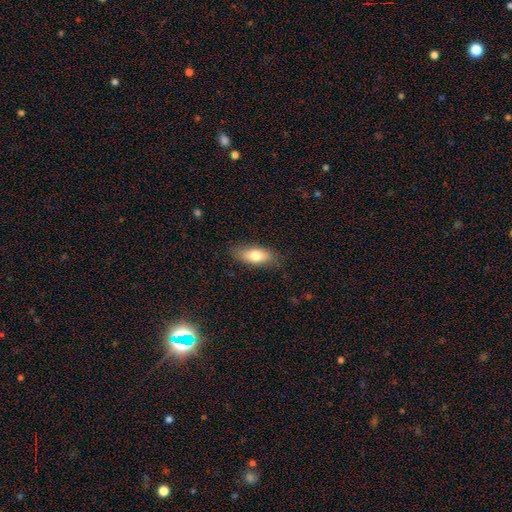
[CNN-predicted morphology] This is likely a smooth galaxy (75%). How rounded: clearly in between (82%). Merging: clearly none (82%).